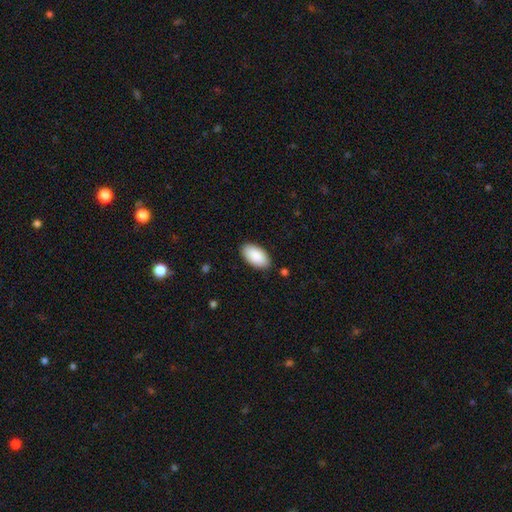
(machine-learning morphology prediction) A smooth galaxy with no disk features (91%) that is in between round and cigar-shaped (96%). Merging: none (88%).